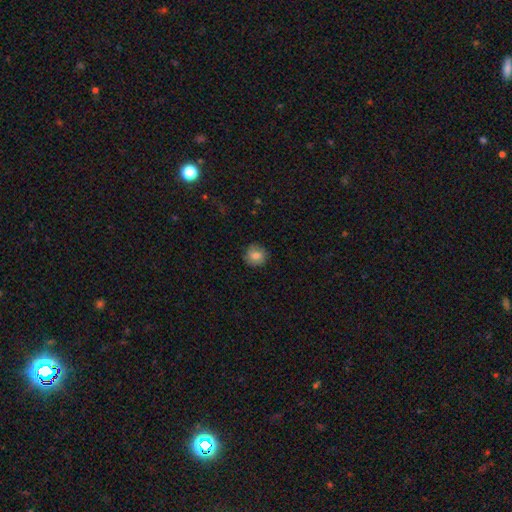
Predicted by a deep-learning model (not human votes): Morphology: type=smooth (78%); roundness=round (88%); merging=none (84%).